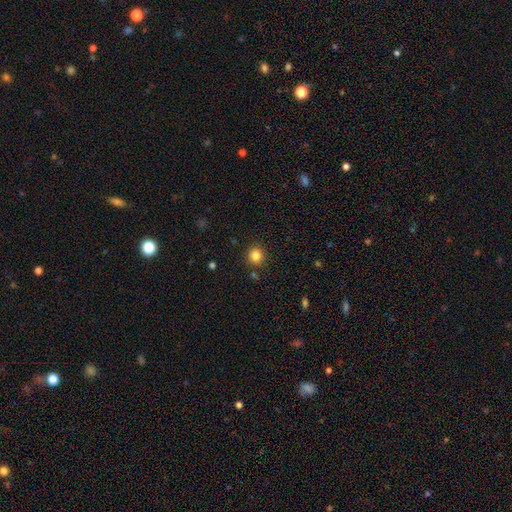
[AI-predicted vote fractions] The model was most divided on "smooth or featured": smooth: 83%, star or artifact: 12%, featured or disk: 5%. More confident: how rounded — round (91%); merging — none (88%).